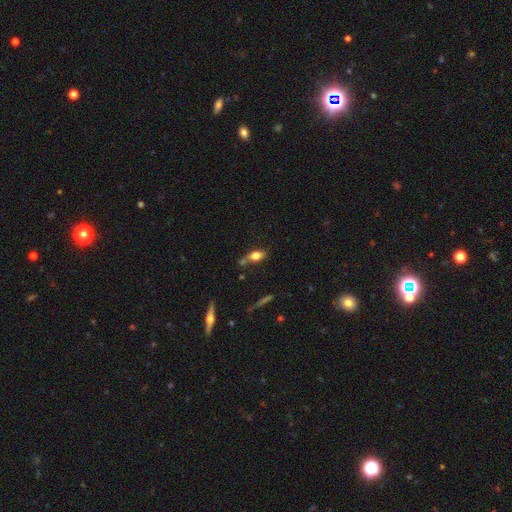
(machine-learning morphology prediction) smooth_or_featured: smooth (p=0.68) [alt: featured or disk p=0.23]
how_rounded: in between (p=0.77) [alt: cigar-shaped p=0.16]
merging: none (p=0.57) [alt: minor disturbance p=0.20]